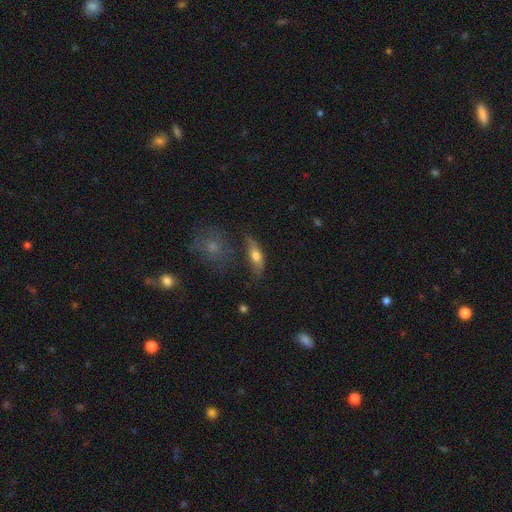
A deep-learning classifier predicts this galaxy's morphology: Q: Smooth or featured?
A: smooth (63%); runner-up: featured or disk (29%)
Q: How rounded?
A: in between (56%); runner-up: cigar-shaped (39%)
Q: Merging?
A: none (63%); runner-up: minor disturbance (23%)